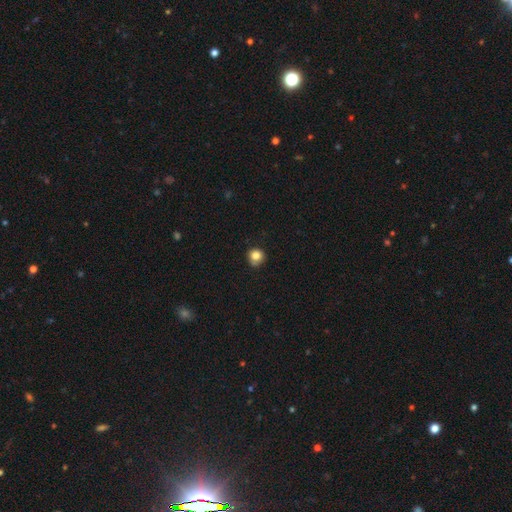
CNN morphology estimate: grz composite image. It shows a smooth galaxy with no disk features (83%) that is round (90%). Merging: none (77%).